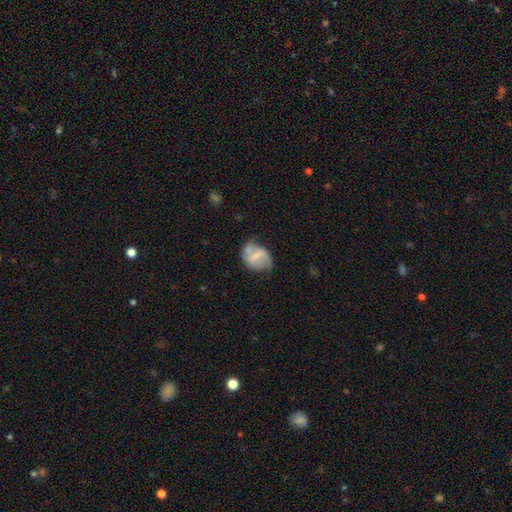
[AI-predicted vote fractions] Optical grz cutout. It shows a featured or disk galaxy (51%). Merging: none (47%).